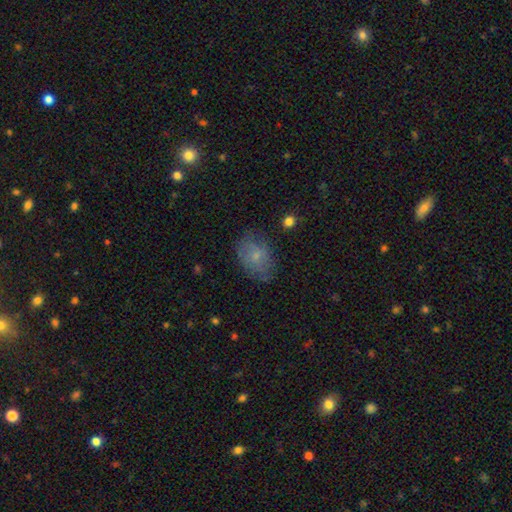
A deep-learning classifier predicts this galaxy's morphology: Overall: smooth (69%). How rounded: in between (80%). Merging: none (67%).